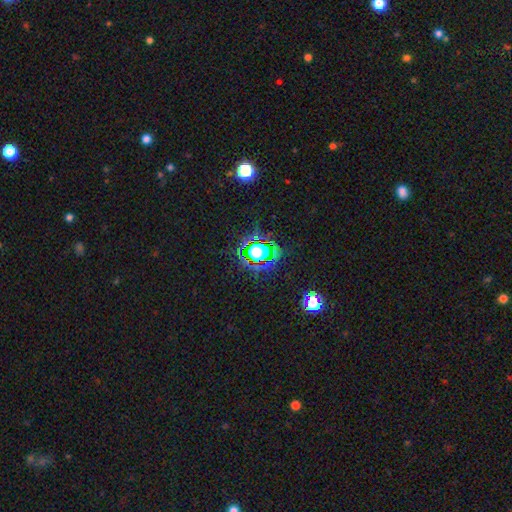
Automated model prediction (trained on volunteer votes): This is likely a star or artifact rather than a galaxy (67%).